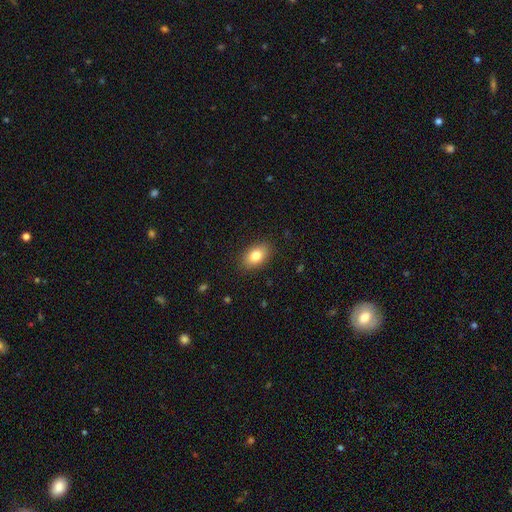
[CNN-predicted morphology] This is clearly a smooth galaxy (82%). How rounded: clearly in between (87%). Merging: clearly none (88%).